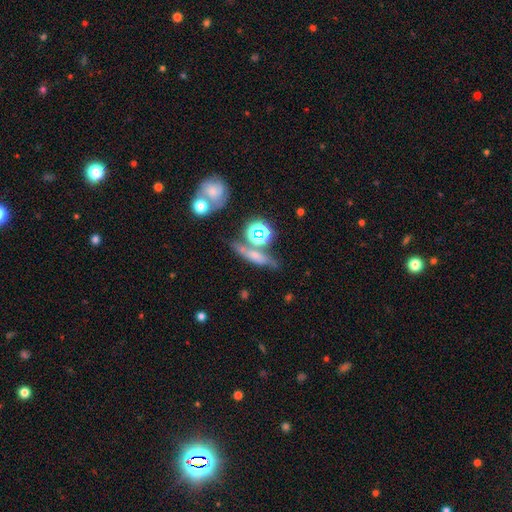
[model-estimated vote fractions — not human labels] Smooth or featured: smooth — 51% (featured or disk — 29%)
How rounded: cigar-shaped — 55% (in between — 25%)
Merging: none — 56% (merger — 19%)